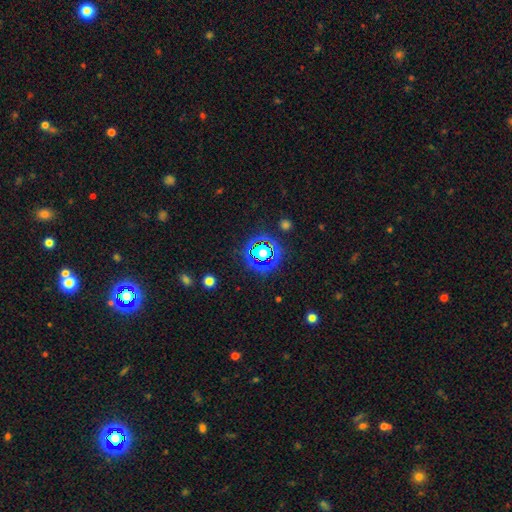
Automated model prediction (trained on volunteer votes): Smooth or featured? Predicted: star or artifact (p=0.76).